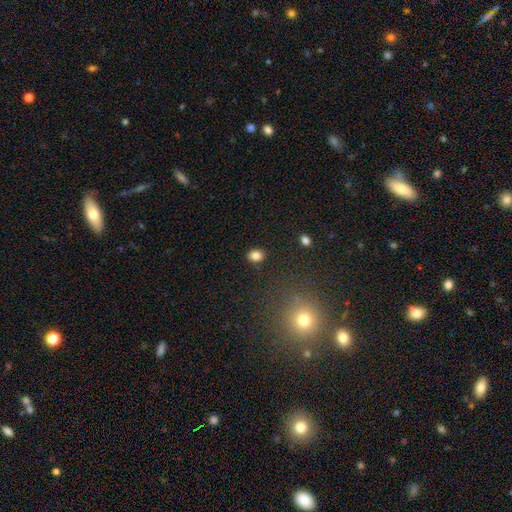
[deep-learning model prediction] Smooth or featured: smooth — 84% (star or artifact — 11%)
How rounded: in between — 52% (round — 47%)
Merging: none — 87% (minor disturbance — 8%)